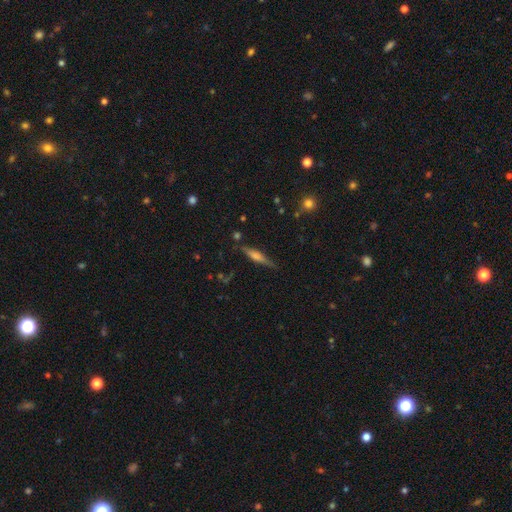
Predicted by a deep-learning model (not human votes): This is possibly a featured or disk galaxy (58%). It is clearly viewed edge-on (95%). Edge-on bulge: likely rounded (63%). Merging: likely none (79%).